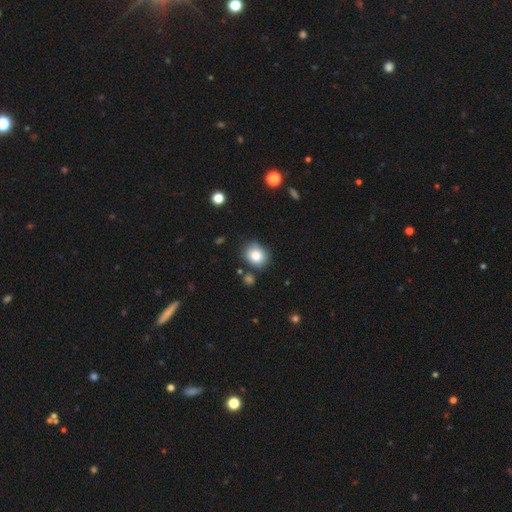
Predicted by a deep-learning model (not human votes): This appears to be a smooth galaxy with no disk features (81%) that is round (66%). Merging: none (76%).